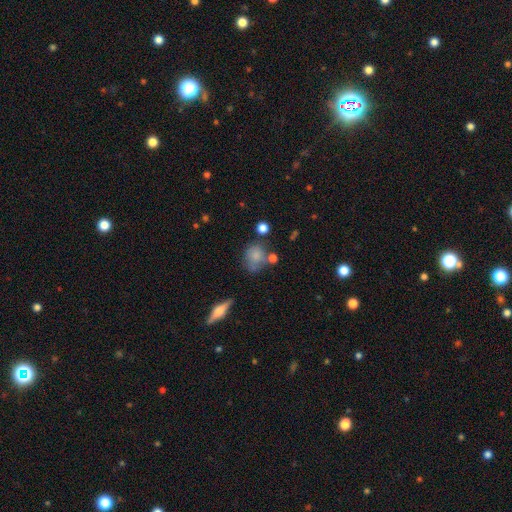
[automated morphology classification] Smooth or featured: smooth — 76% (featured or disk — 13%)
How rounded: round — 61% (in between — 37%)
Merging: none — 51% (minor disturbance — 25%)